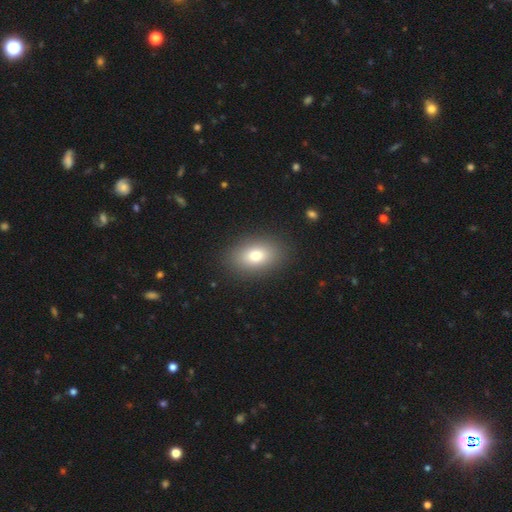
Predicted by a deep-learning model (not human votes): Smooth or featured? Predicted: smooth (p=0.76). How rounded? Predicted: in between (p=0.85). Merging? Predicted: none (p=0.89).